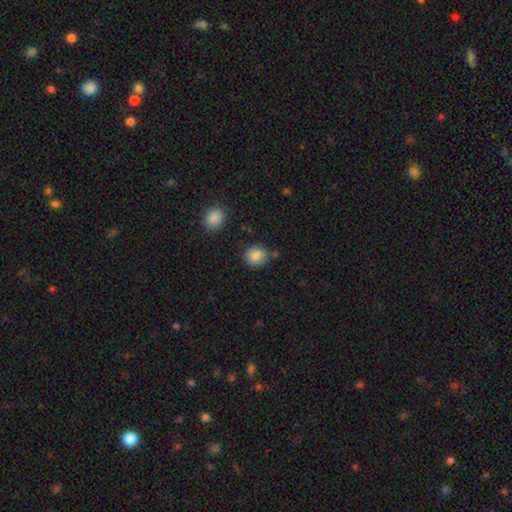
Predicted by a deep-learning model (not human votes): This is clearly a smooth galaxy (85%). How rounded: likely round (72%). Merging: likely none (78%).